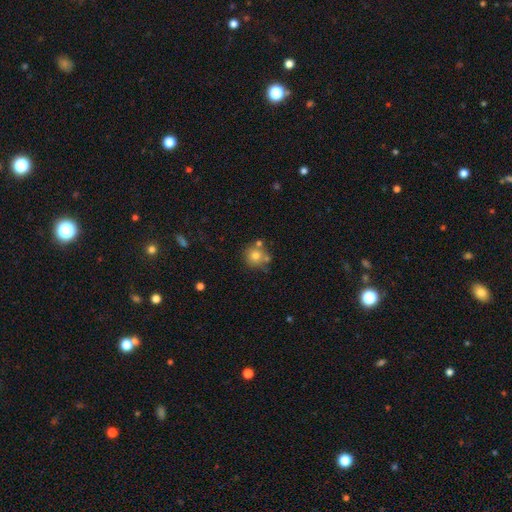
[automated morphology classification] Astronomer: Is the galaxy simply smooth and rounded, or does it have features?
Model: smooth — 74%.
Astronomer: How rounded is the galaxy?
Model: round — 90%.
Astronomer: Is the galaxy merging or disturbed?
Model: none — 62%.